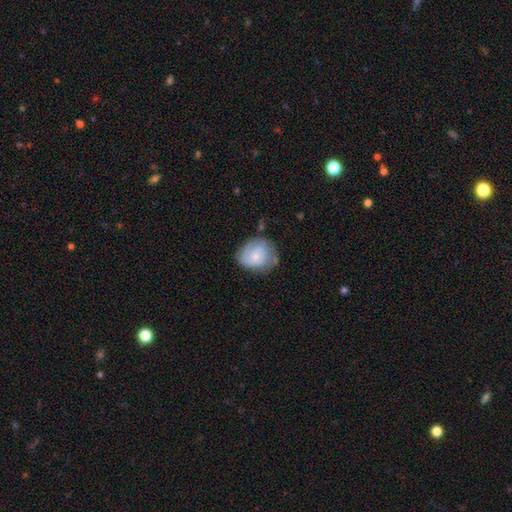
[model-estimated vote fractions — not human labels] Overall: smooth (51%; featured or disk 43%). How rounded: round (60%; in between 39%). Merging: none (60%; minor disturbance 27%).